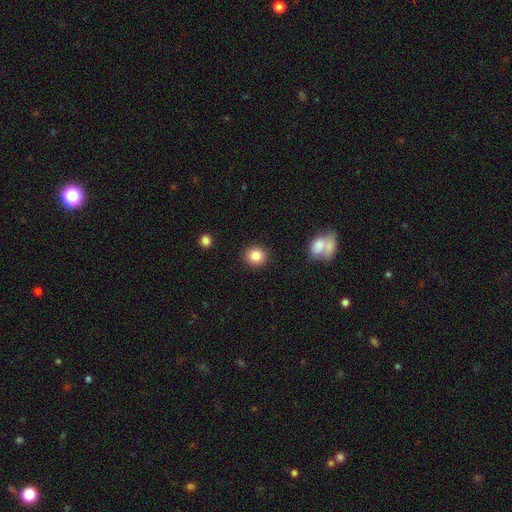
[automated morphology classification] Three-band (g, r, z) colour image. It shows a smooth galaxy with no disk features (85%) that is round (88%). Merging: none (91%).